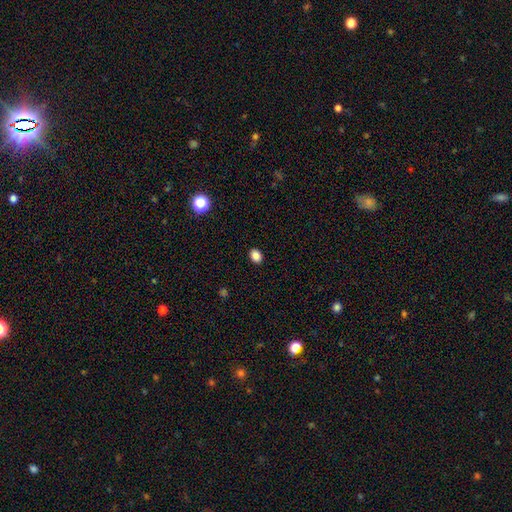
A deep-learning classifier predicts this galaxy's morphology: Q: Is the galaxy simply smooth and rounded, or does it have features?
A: smooth — 86%.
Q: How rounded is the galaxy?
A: in between — 62%.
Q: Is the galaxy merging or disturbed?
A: none — 90%.